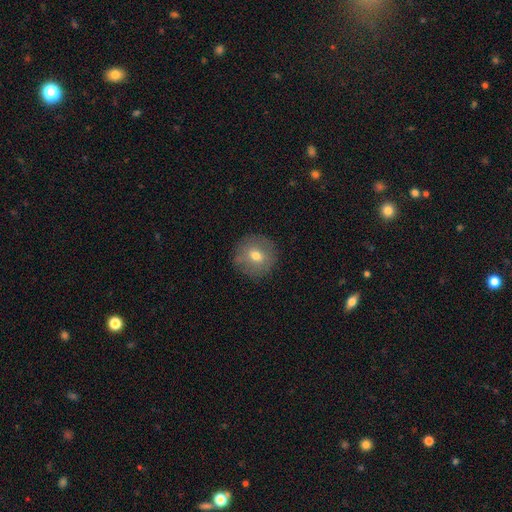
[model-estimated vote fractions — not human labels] Smooth or featured: smooth — 65% (featured or disk — 25%)
How rounded: round — 93% (in between — 6%)
Merging: none — 85% (minor disturbance — 10%)